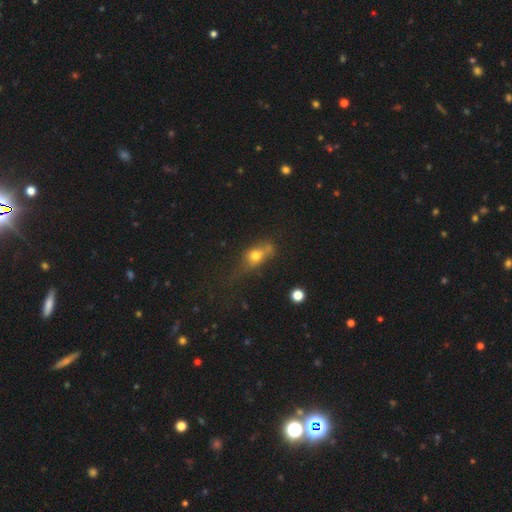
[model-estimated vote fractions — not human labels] This is likely a smooth galaxy (65%). How rounded: possibly in between (57%). Merging: marginally none (36%).